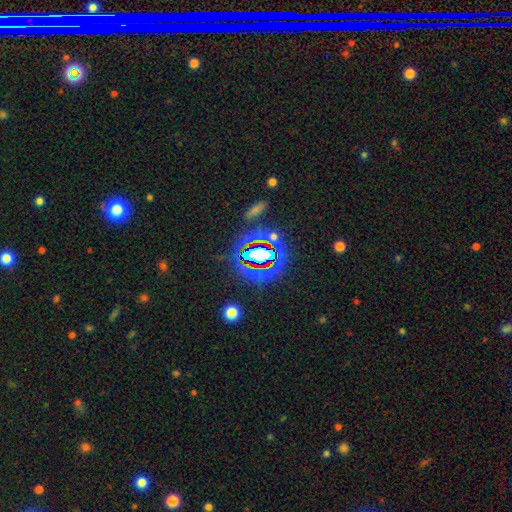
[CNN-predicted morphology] A star or artifact, not a galaxy (68%).

Vote fractions:
- Smooth or featured? star or artifact: 68% / smooth: 19% / featured or disk: 13%